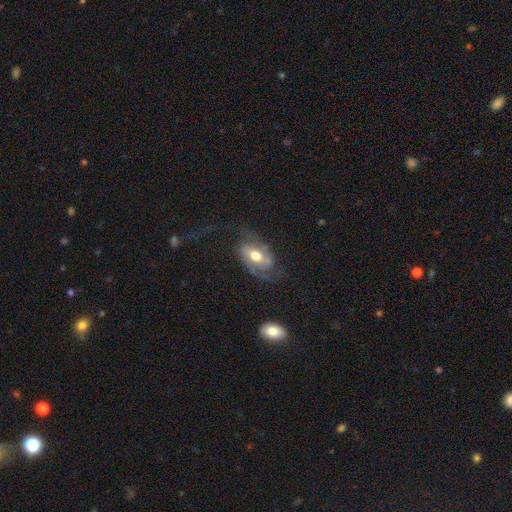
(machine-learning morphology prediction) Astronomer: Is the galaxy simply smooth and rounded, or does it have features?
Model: featured or disk — 64%.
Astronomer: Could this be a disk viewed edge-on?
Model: no — 94%.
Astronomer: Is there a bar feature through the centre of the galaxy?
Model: no — 54% (runner-up: weak, 33%).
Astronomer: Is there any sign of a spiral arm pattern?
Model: yes — 79%.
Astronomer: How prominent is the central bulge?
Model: moderate — 70%.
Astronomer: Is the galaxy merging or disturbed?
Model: none — 49% (runner-up: major disturbance, 27%).